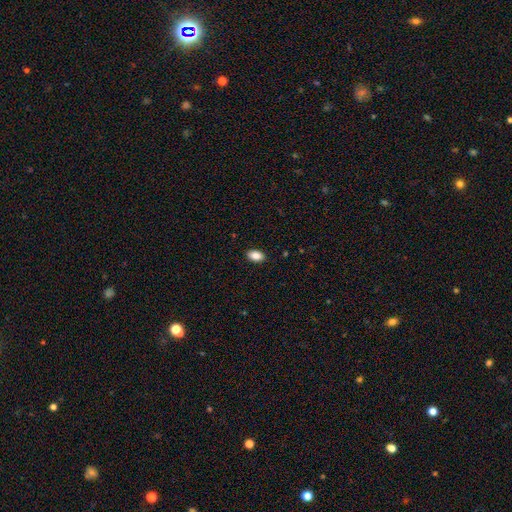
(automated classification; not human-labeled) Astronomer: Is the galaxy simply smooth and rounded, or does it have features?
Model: smooth — 88%.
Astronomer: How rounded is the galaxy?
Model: in between — 91%.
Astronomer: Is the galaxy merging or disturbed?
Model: none — 90%.